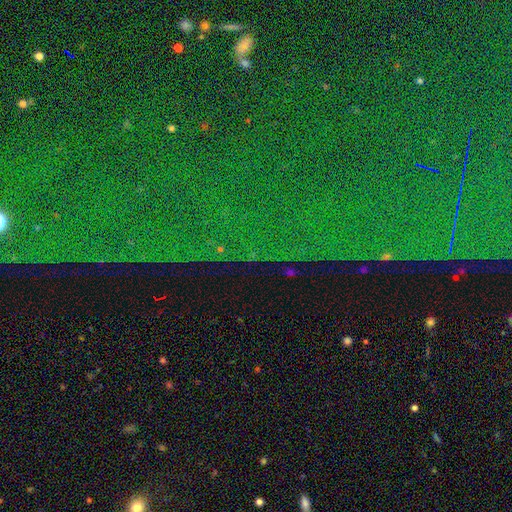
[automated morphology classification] star or artifact 85%, featured or disk 8%, smooth 7%.